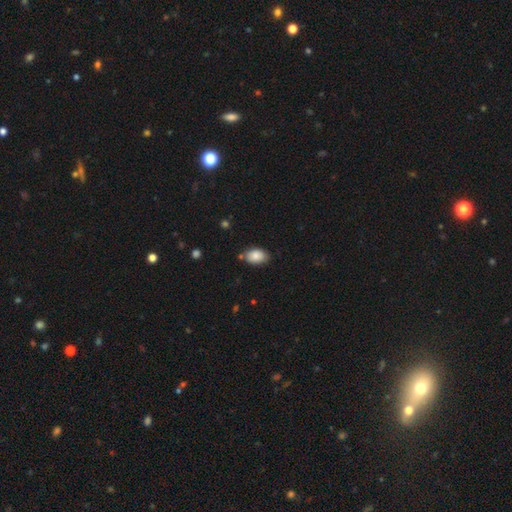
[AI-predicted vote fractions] Smooth or featured? Predicted: smooth (p=0.85). How rounded? Predicted: in between (p=0.90). Merging? Predicted: none (p=0.77).